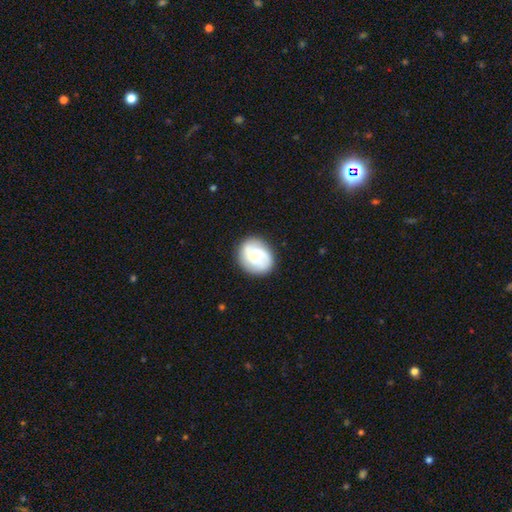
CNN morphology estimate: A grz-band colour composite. It shows a featured or disk galaxy (54%) with no bar (49%), spiral arms (87%) and a small central bulge (40%). Merging: none (78%).